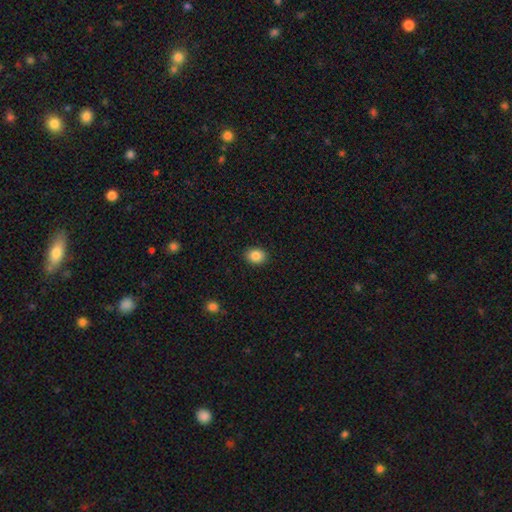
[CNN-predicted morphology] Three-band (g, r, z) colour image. It shows a smooth galaxy with no disk features (86%) that is in between round and cigar-shaped (53%). Merging: none (90%).